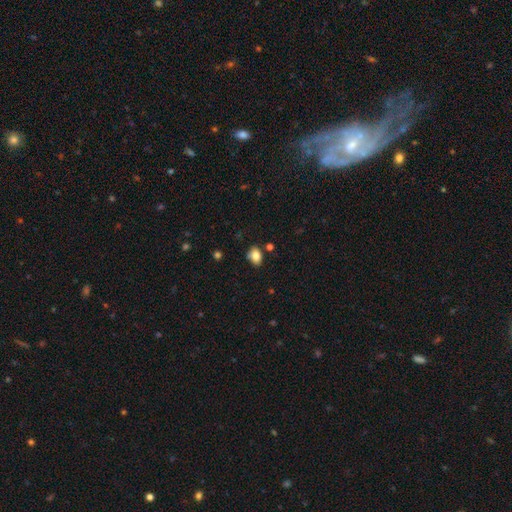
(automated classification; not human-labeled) The model was most divided on "how rounded": in between: 75%, round: 24%, cigar-shaped: 1%. More confident: smooth or featured — smooth (81%); merging — none (74%).